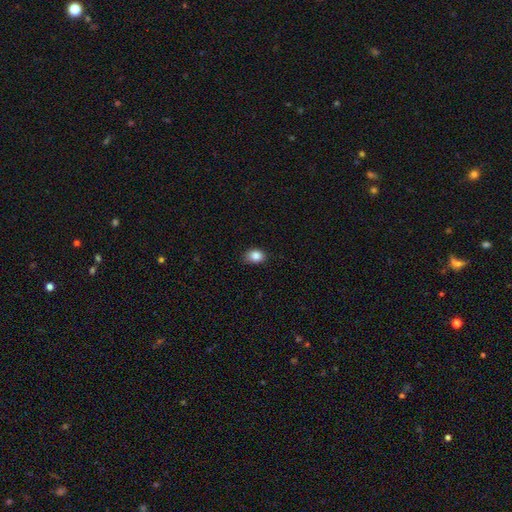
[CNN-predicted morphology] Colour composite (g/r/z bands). It shows a smooth galaxy with no disk features (86%) that is in between round and cigar-shaped (60%). Merging: none (77%).